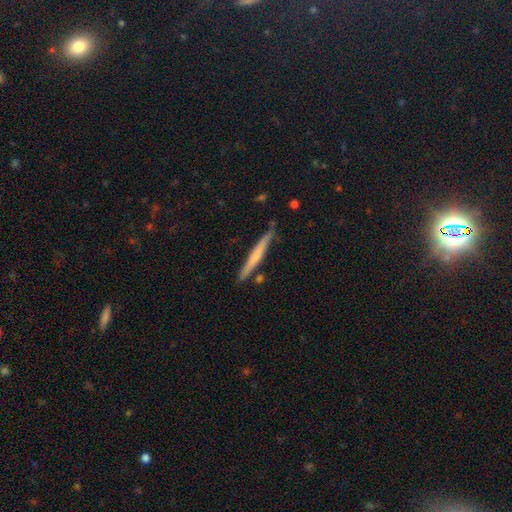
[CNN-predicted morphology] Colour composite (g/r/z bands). It shows a smooth galaxy with no disk features (49%). Merging: none (85%).